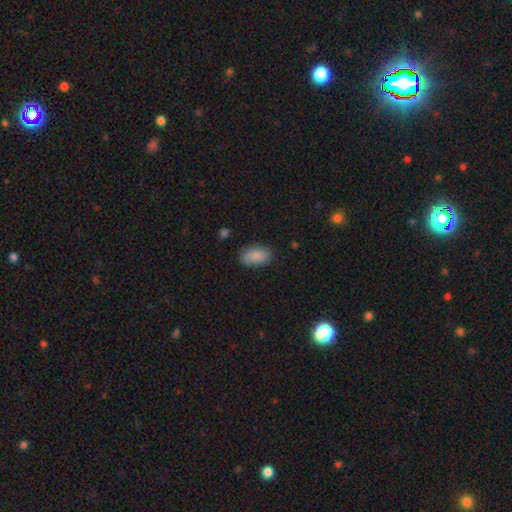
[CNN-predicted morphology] Smooth or featured: smooth — 85% (featured or disk — 8%)
How rounded: in between — 93% (round — 5%)
Merging: none — 79% (minor disturbance — 16%)